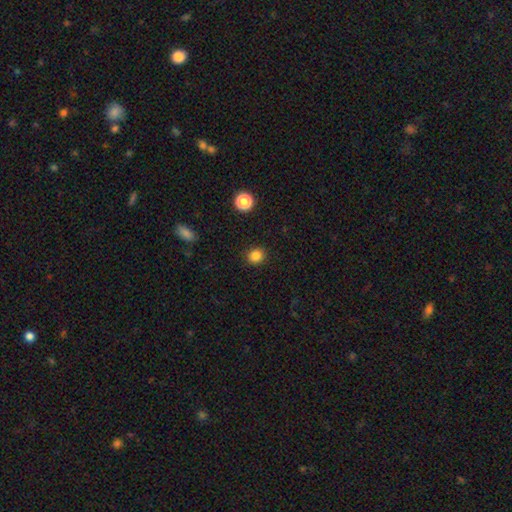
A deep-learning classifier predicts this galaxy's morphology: Q: Smooth or featured?
A: smooth (84%); runner-up: star or artifact (12%)
Q: How rounded?
A: round (83%); runner-up: in between (16%)
Q: Merging?
A: none (90%); runner-up: minor disturbance (6%)